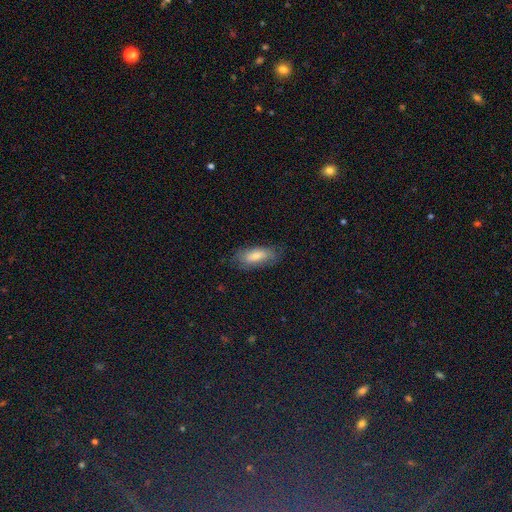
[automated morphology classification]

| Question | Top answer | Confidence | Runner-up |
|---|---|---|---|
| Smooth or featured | smooth | 66% | featured or disk (24%) |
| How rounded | in between | 78% | cigar-shaped (19%) |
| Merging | none | 79% | minor disturbance (16%) |